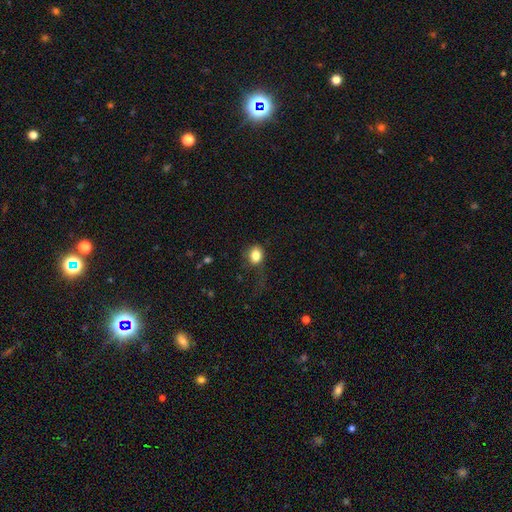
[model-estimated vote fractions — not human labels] Smooth or featured: smooth — 83% (star or artifact — 10%)
How rounded: in between — 52% (round — 47%)
Merging: none — 56% (minor disturbance — 23%)